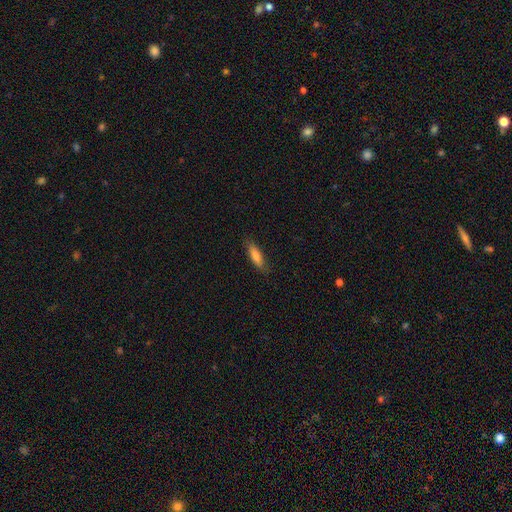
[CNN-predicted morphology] A smooth galaxy with no disk features (78%) that is cigar-shaped (56%).

Vote fractions:
- Smooth or featured? smooth: 78% / featured or disk: 15% / star or artifact: 6%
- How rounded? cigar-shaped: 56% / in between: 42% / round: 2%
- Merging? none: 83% / minor disturbance: 13% / major disturbance: 3% / merger: 1%